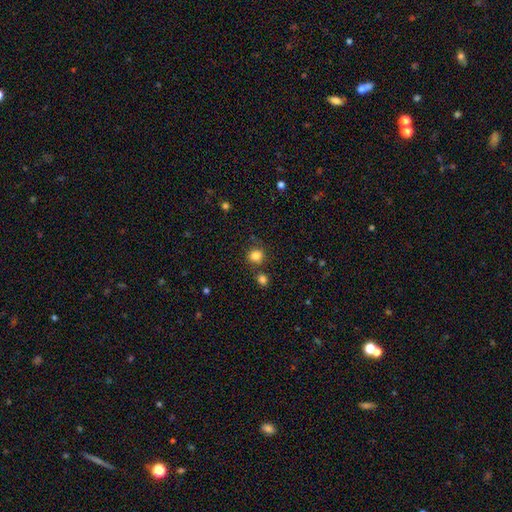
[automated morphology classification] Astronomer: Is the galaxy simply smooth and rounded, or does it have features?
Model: smooth — 83%.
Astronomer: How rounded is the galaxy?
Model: round — 84%.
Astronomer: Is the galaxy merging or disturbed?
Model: none — 73%.